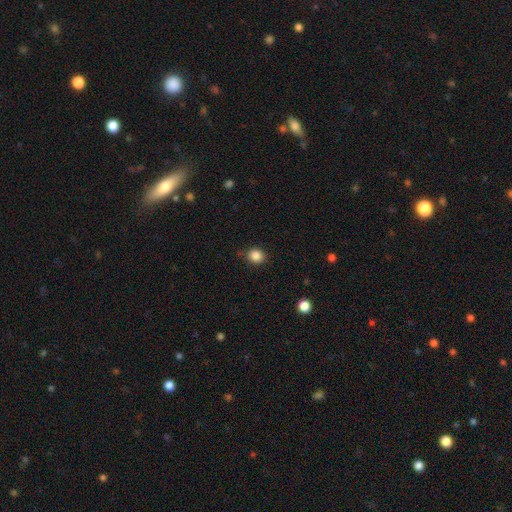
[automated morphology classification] Q: Smooth or featured?
A: smooth (86%); runner-up: star or artifact (11%)
Q: How rounded?
A: round (80%); runner-up: in between (19%)
Q: Merging?
A: none (84%); runner-up: minor disturbance (12%)